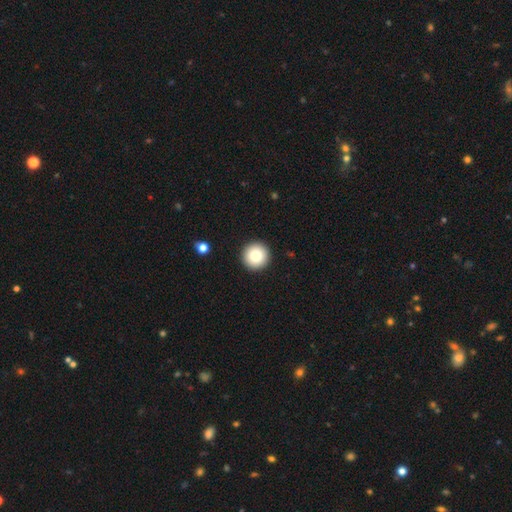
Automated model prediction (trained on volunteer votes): This appears to be a smooth galaxy with no disk features (80%) that is round (97%). Merging: none (93%).